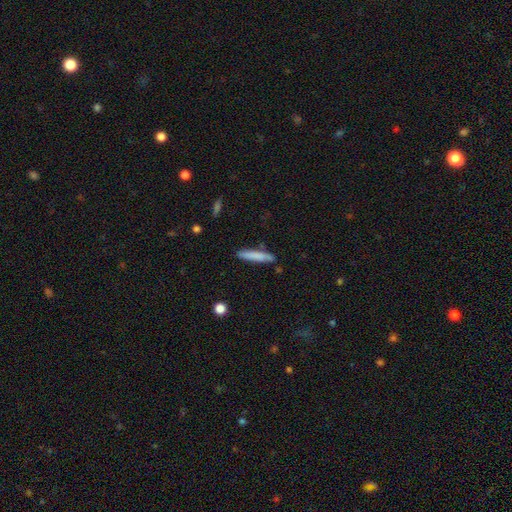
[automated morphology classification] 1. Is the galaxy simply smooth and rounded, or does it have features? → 77% smooth, 17% featured or disk, 6% star or artifact.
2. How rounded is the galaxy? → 92% cigar-shaped, 7% in between, 1% round.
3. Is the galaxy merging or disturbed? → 82% none, 12% minor disturbance, 3% merger, 2% major disturbance.